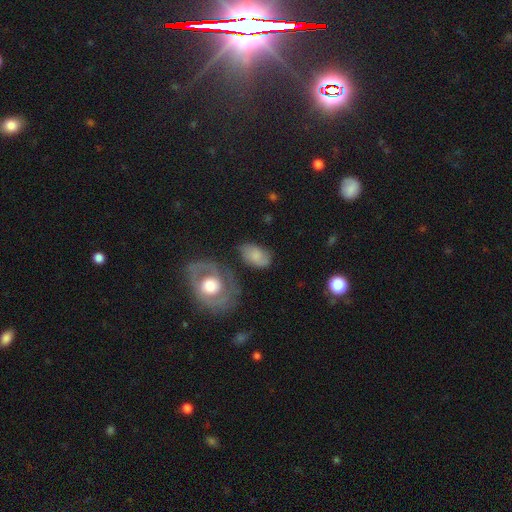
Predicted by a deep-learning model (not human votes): Smooth or featured?
  - smooth: 65% *
  - featured or disk: 26%
  - star or artifact: 9%
How rounded?
  - in between: 88% *
  - round: 10%
  - cigar-shaped: 2%
Merging?
  - none: 65% *
  - minor disturbance: 21%
  - major disturbance: 8%
  - merger: 6%